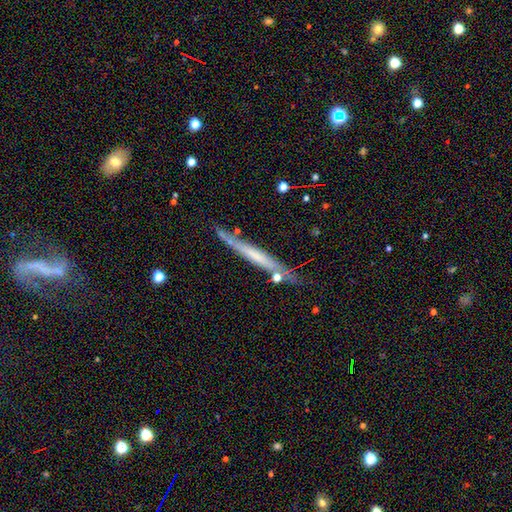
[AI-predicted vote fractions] Smooth or featured: featured or disk — 55% (smooth — 37%)
Edge-on disk: yes — 92% (no — 8%)
Edge-on bulge: none — 75% (rounded — 13%)
Merging: none — 76% (minor disturbance — 16%)